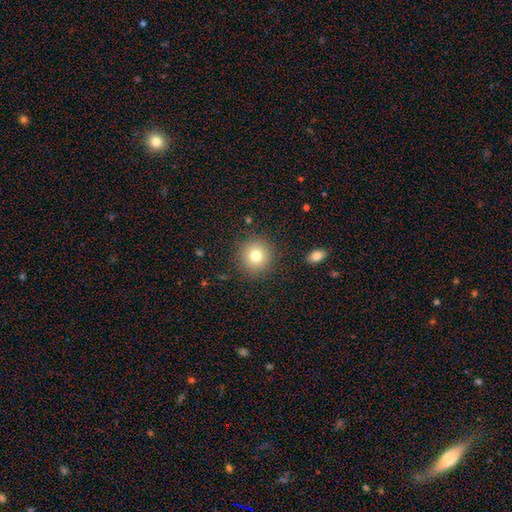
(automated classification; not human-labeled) Smooth or featured? smooth (77%)
How rounded? round (93%)
Merging? none (89%)